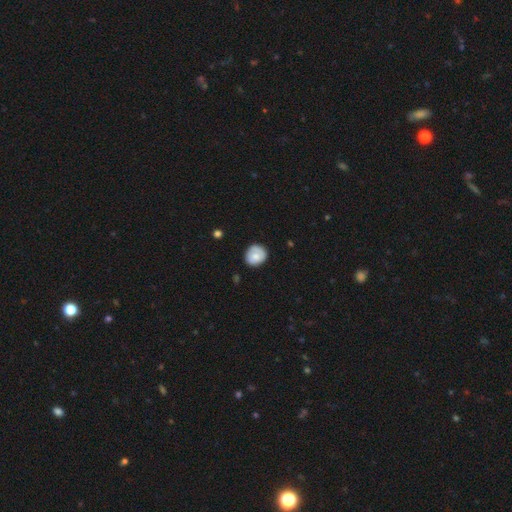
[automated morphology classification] Smooth or featured: smooth — 72% (featured or disk — 22%)
How rounded: round — 81% (in between — 18%)
Merging: none — 74% (minor disturbance — 20%)